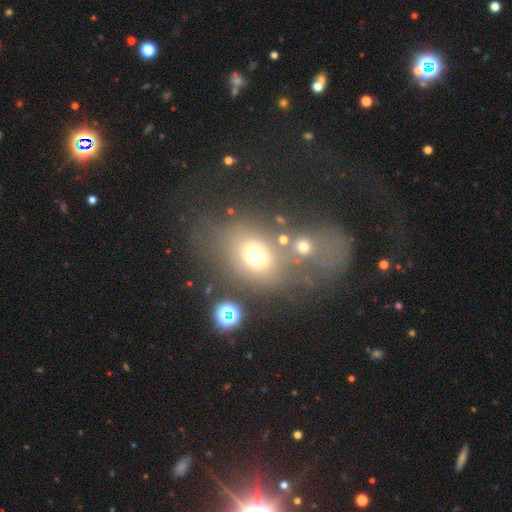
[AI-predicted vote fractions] Q: Smooth or featured?
A: smooth (61%); runner-up: featured or disk (21%)
Q: How rounded?
A: in between (61%); runner-up: round (38%)
Q: Merging?
A: none (36%); runner-up: merger (30%)